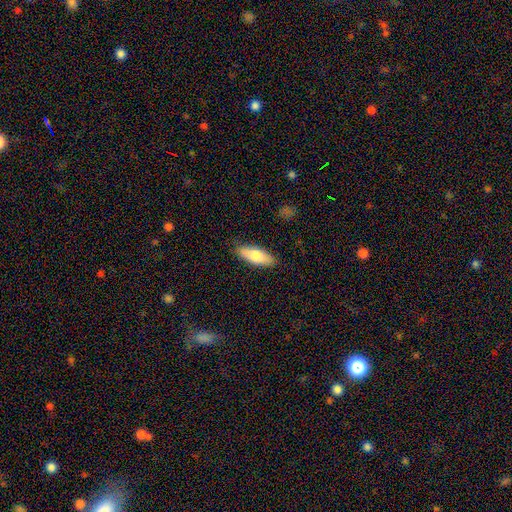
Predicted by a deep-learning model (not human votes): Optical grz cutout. It shows a smooth galaxy with no disk features (74%) that is in between round and cigar-shaped (68%). Merging: none (87%).